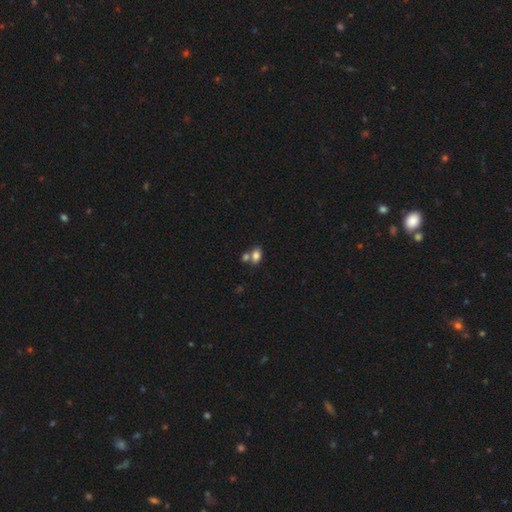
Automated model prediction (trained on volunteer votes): Morphology: type=smooth (80%); roundness=in between (86%); merging=none (47%).